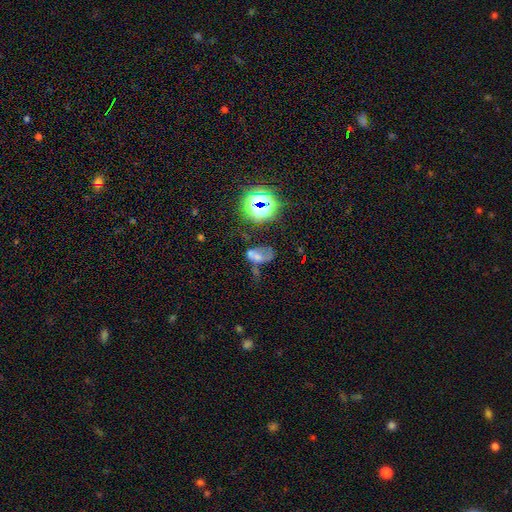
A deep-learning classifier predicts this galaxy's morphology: type=smooth (44%); merging=major disturbance (30%).